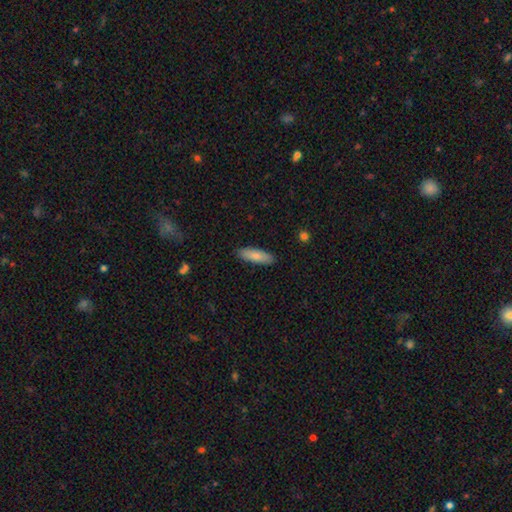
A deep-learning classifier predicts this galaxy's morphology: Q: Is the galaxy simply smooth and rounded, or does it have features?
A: smooth — 81%.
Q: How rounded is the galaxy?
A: in between — 56%.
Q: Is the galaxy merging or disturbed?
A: none — 88%.